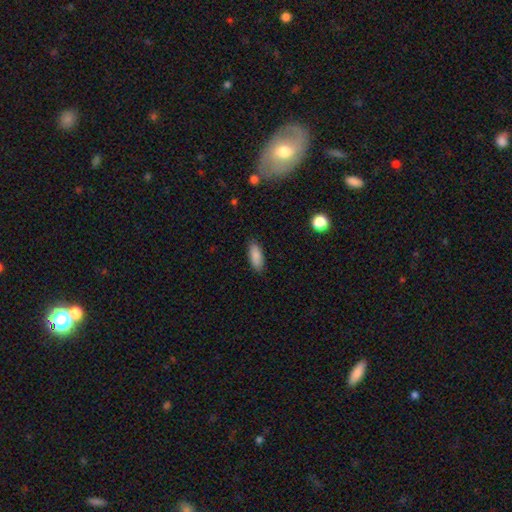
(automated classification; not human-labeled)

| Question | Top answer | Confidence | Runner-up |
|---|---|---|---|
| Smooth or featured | smooth | 88% | star or artifact (7%) |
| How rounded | in between | 78% | cigar-shaped (20%) |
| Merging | none | 87% | minor disturbance (10%) |